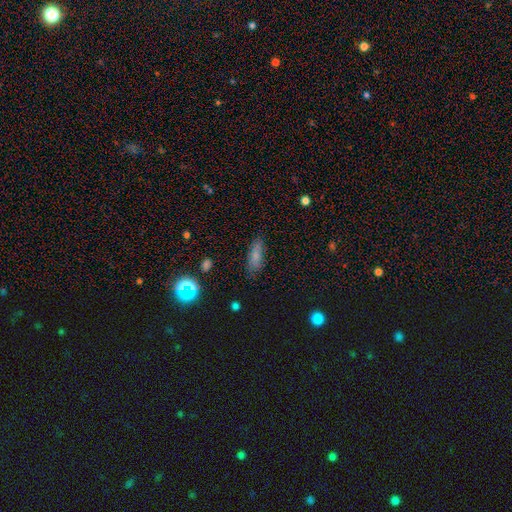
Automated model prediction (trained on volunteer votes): The model was most divided on "how rounded": in between: 66%, cigar-shaped: 30%, round: 3%. More confident: merging — none (79%); smooth or featured — smooth (75%).